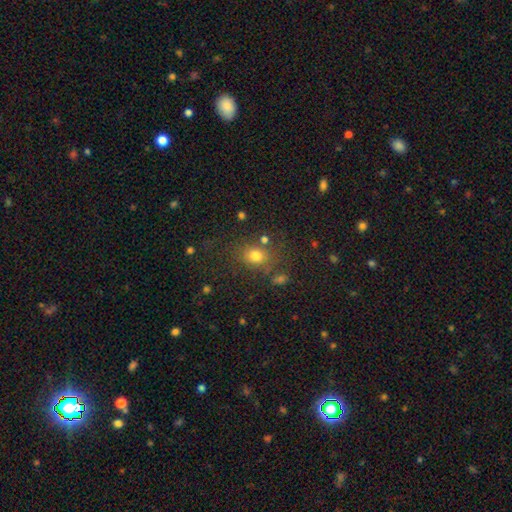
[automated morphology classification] Overall: smooth (75%). How rounded: round (55%; in between 44%). Merging: none (71%).